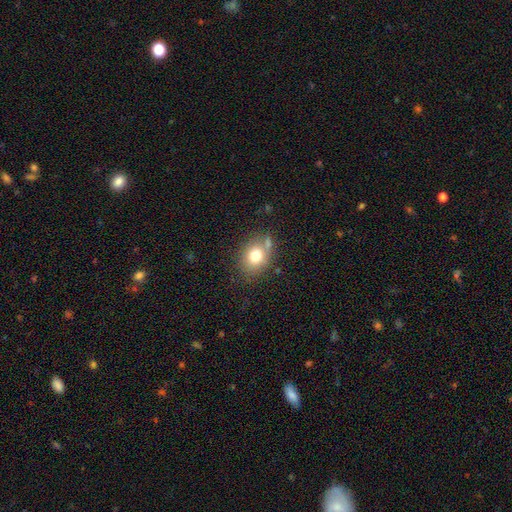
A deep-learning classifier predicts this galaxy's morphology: Smooth or featured?
  - smooth: 76% *
  - featured or disk: 14%
  - star or artifact: 11%
How rounded?
  - in between: 50% *
  - round: 49%
  - cigar-shaped: 1%
Merging?
  - none: 64% *
  - minor disturbance: 17%
  - merger: 13%
  - major disturbance: 6%